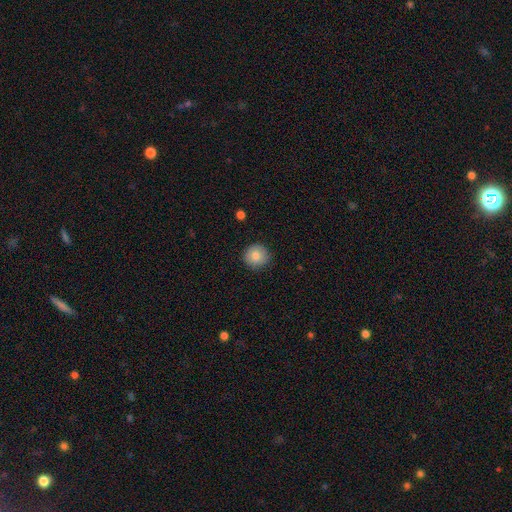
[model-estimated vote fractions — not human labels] Morphology: type=smooth (81%); roundness=round (93%); merging=none (87%).